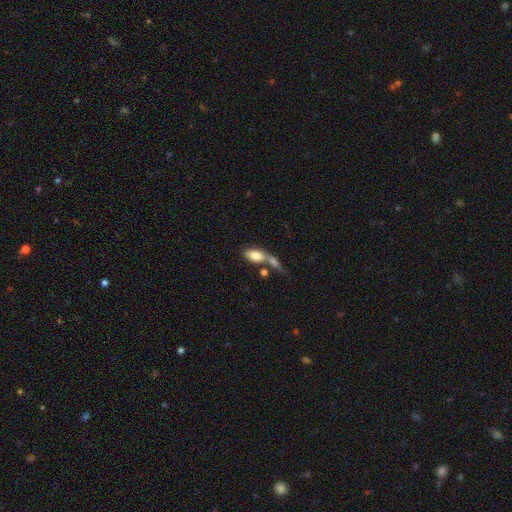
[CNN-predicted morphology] smooth 78%, featured or disk 15%, star or artifact 7%. Down the decision tree: how rounded — in between (89%); merging — merger (54%).